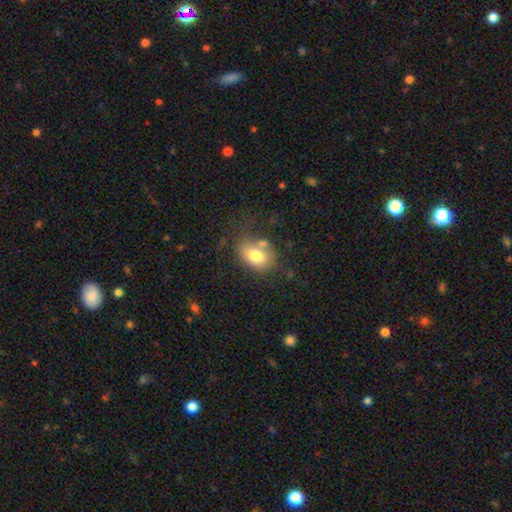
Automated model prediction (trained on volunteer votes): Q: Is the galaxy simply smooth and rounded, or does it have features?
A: smooth — 77%.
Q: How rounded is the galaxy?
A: in between — 75%.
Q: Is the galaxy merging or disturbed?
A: none — 55%.